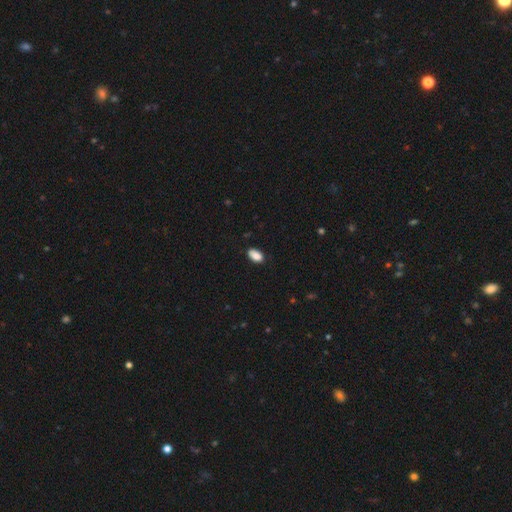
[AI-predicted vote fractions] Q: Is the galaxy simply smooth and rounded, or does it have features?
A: smooth — 87%.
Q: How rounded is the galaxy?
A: in between — 93%.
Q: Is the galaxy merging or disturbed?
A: none — 75%.